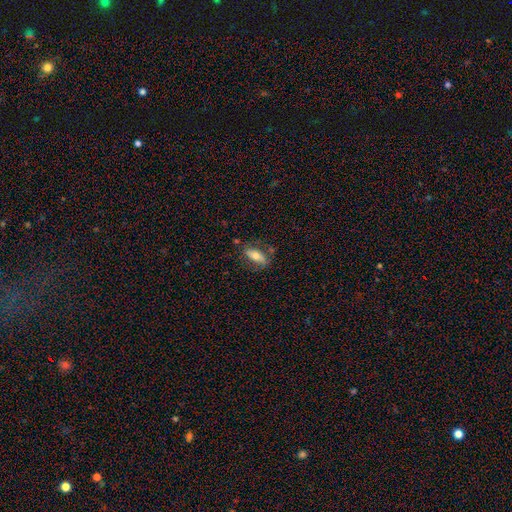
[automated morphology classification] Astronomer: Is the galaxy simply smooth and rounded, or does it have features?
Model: smooth — 56% (runner-up: featured or disk, 37%).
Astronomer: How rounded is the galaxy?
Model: in between — 70%.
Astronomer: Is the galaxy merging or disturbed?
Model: none — 68%.